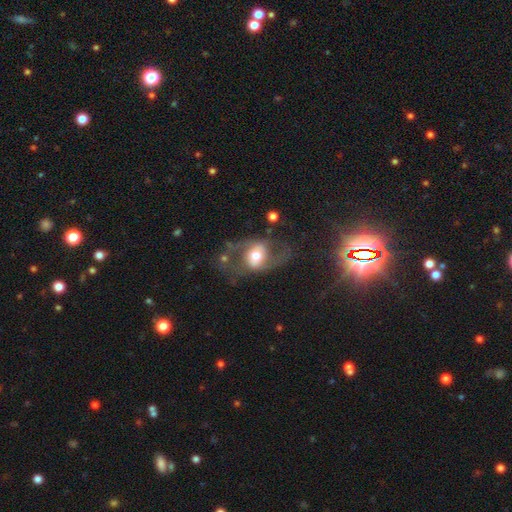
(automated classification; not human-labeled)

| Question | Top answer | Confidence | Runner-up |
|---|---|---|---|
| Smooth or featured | featured or disk | 62% | smooth (31%) |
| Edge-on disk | no | 93% | yes (7%) |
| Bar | no | 52% | weak (31%) |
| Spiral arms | yes | 59% | no (41%) |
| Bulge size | moderate | 62% | large (25%) |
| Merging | none | 48% | major disturbance (28%) |